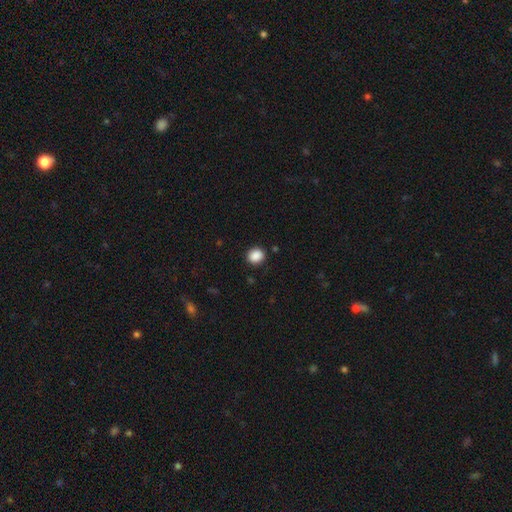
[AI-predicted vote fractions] Morphology: type=smooth (88%); roundness=round (78%); merging=none (89%).